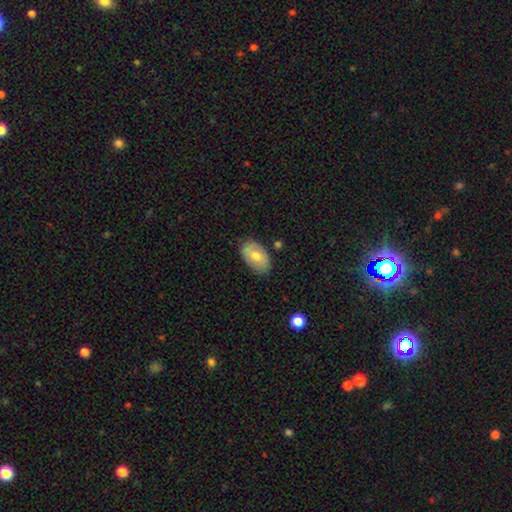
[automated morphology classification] This appears to be a smooth galaxy with no disk features (65%) that is in between round and cigar-shaped (91%). Merging: none (79%).